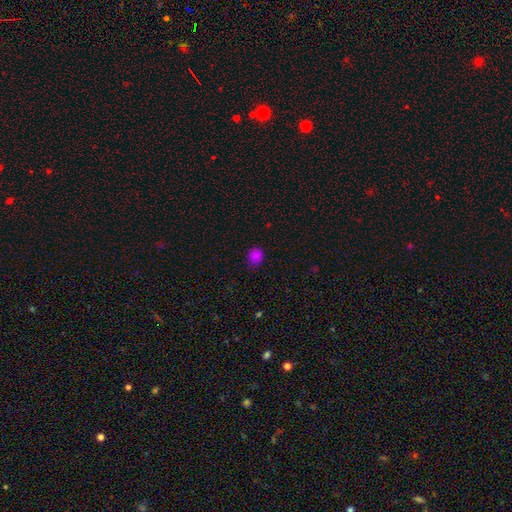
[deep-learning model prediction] Overall: smooth (81%). How rounded: round (63%; in between 36%). Merging: none (73%).